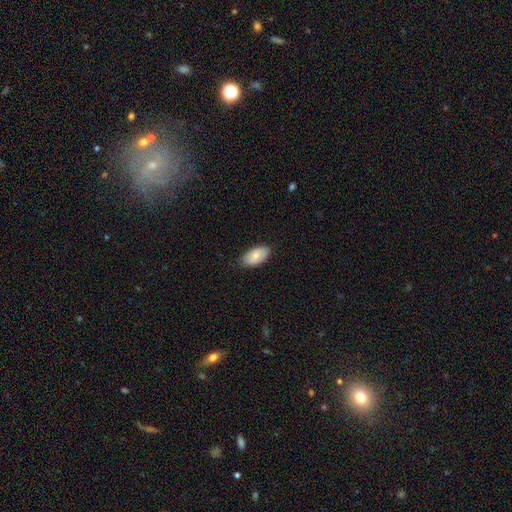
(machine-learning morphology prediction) smooth-or-featured: smooth: 78% | featured or disk: 16% | star or artifact: 6%
  how-rounded: in between: 95% | round: 3% | cigar-shaped: 2%
  merging: none: 82% | minor disturbance: 14% | major disturbance: 2% | merger: 1%